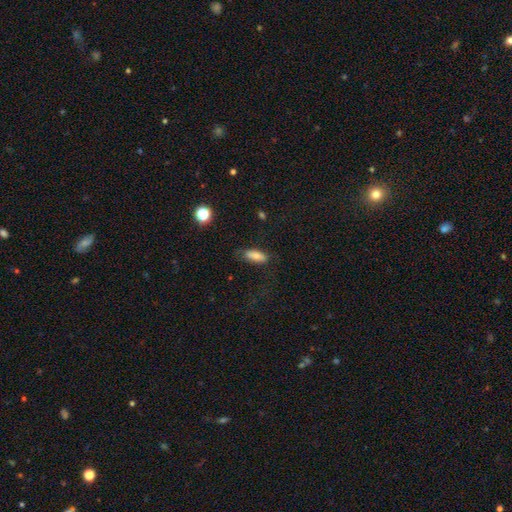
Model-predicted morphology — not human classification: The model was most divided on "how rounded": in between: 72%, cigar-shaped: 25%, round: 3%. More confident: smooth or featured — smooth (73%); merging — none (71%).